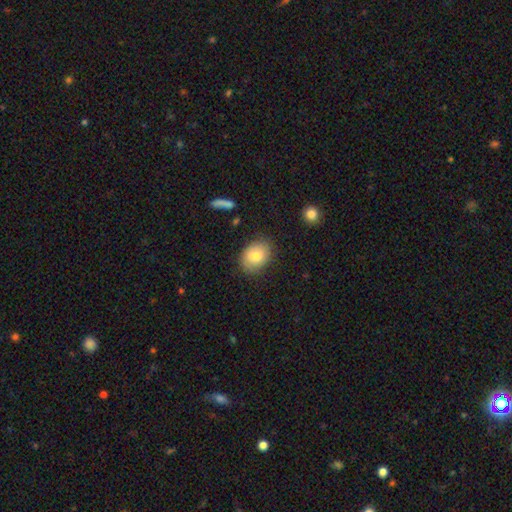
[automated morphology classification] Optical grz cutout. It shows a smooth galaxy with no disk features (80%) that is in between round and cigar-shaped (68%). Merging: none (82%).